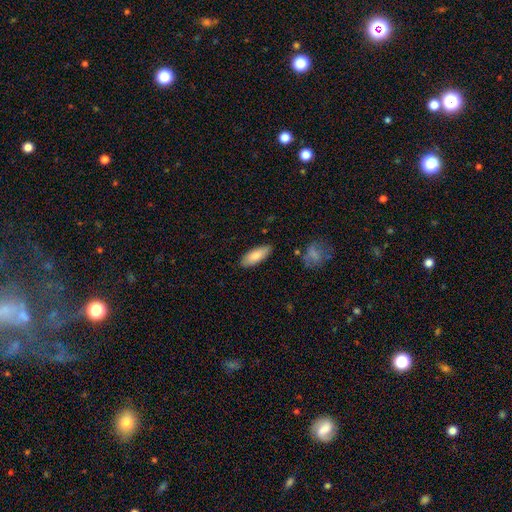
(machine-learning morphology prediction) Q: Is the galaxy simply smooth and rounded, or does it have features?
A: smooth — 81%.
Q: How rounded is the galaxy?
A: in between — 72%.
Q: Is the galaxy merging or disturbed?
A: none — 85%.